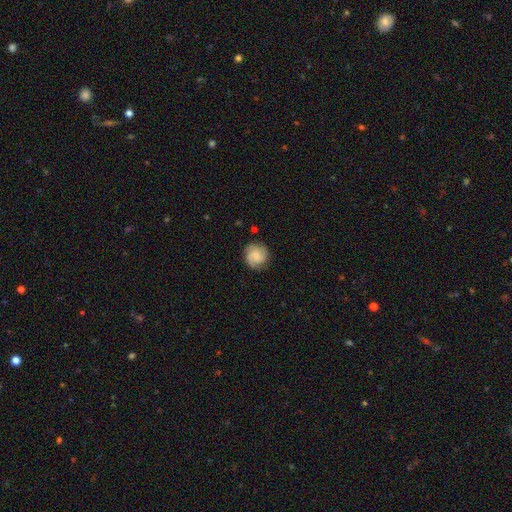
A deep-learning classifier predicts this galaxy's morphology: Smooth or featured? Predicted: smooth (p=0.51). How rounded? Predicted: round (p=0.88). Merging? Predicted: none (p=0.81).